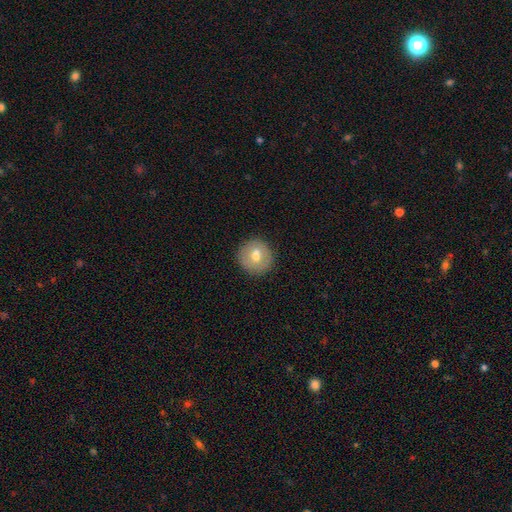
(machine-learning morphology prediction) Q: Smooth or featured?
A: smooth (65%); runner-up: featured or disk (26%)
Q: How rounded?
A: round (93%); runner-up: in between (6%)
Q: Merging?
A: none (79%); runner-up: minor disturbance (11%)